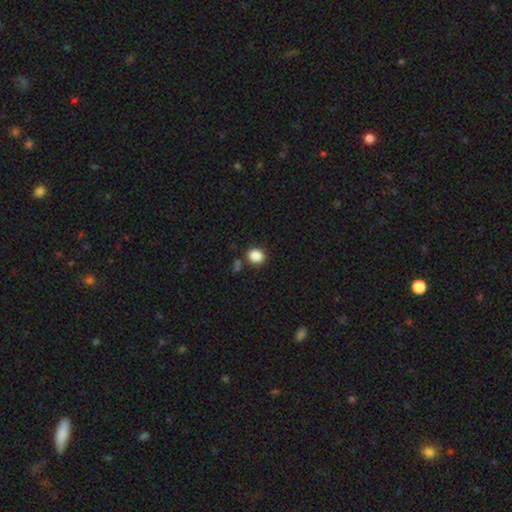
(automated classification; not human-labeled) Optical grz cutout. It shows a smooth galaxy with no disk features (87%) that is round (69%). Merging: none (81%).